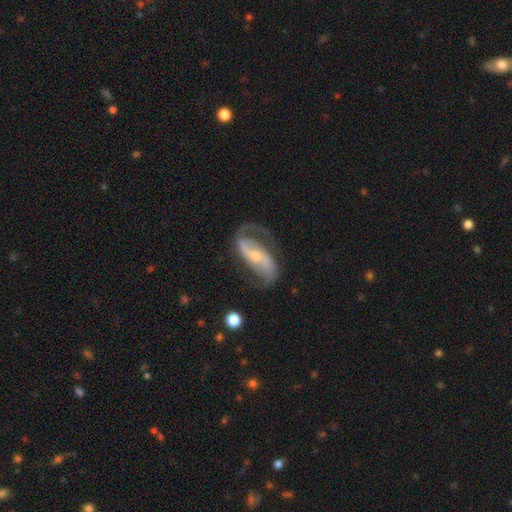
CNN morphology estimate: This is clearly a featured or disk galaxy (87%). It is clearly not viewed edge-on (95%). Bar: marginally strong (36%). Spiral arm pattern: clearly yes (95%). Spiral arm count: clearly 2 (86%). Spiral winding: possibly loose (47%). Central bulge: possibly small (58%). Merging: likely none (64%).